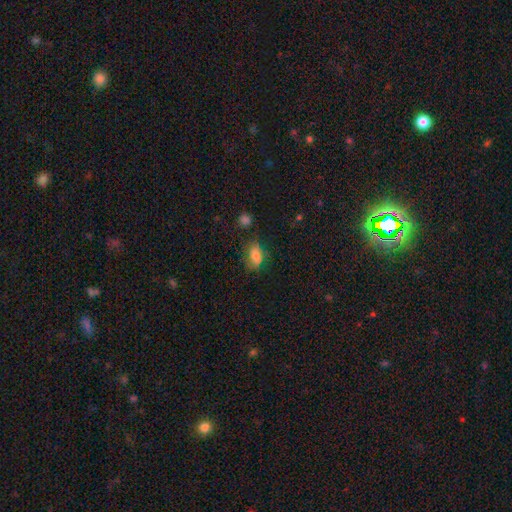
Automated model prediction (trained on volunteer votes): This is likely a smooth galaxy (73%). How rounded: clearly in between (82%). Merging: possibly none (54%).